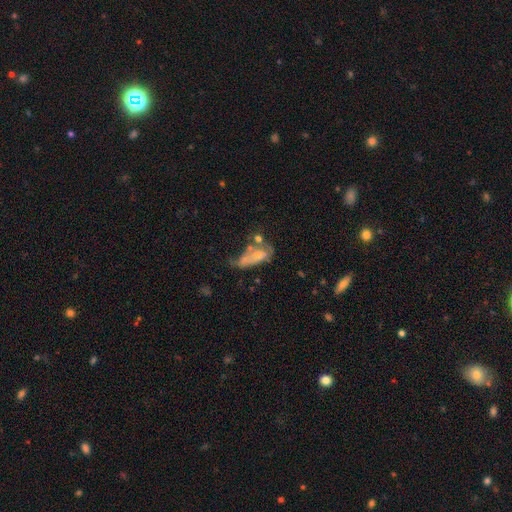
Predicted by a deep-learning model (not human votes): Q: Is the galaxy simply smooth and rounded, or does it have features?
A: smooth — 51%.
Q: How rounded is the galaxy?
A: in between — 76%.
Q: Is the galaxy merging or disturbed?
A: major disturbance — 27%, tied with merger.